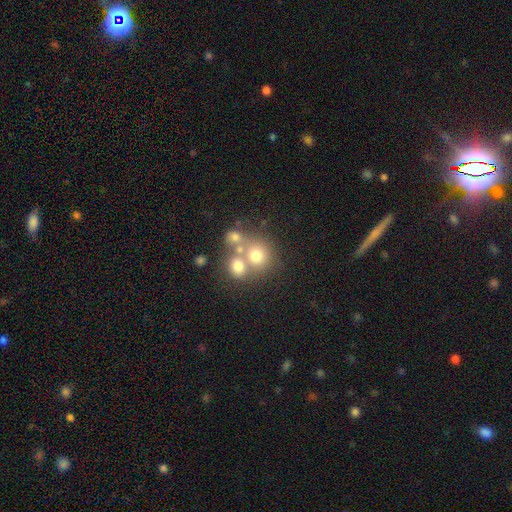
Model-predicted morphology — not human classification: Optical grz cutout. It shows a smooth galaxy with no disk features (67%) that is round (79%). Merging: merger (44%).